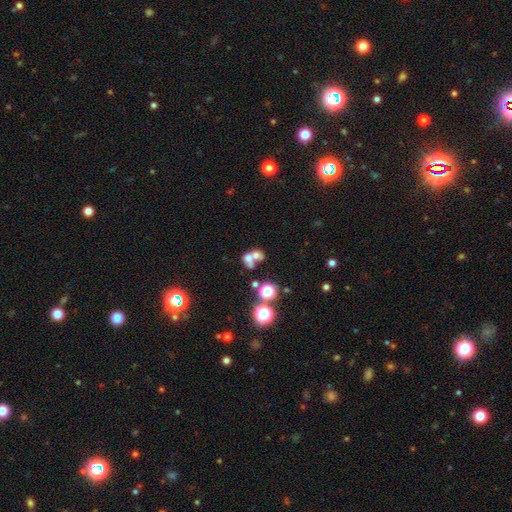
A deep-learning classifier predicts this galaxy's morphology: A smooth galaxy with no disk features (57%) that is round (59%). Merging: merger (64%).